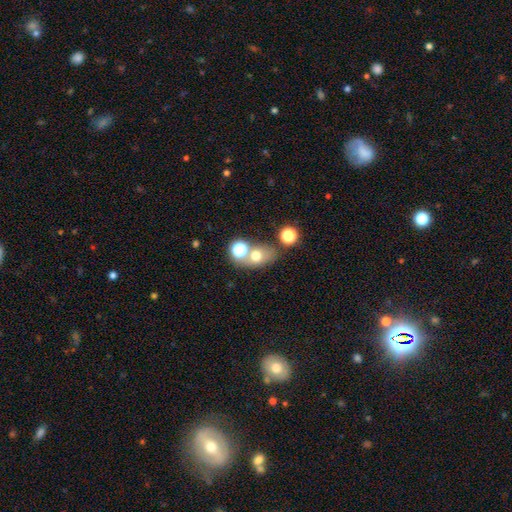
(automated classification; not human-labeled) The model was most divided on "merging": none: 54%, merger: 29%, minor disturbance: 11%, major disturbance: 5%. More confident: smooth or featured — smooth (66%); how rounded — in between (62%).